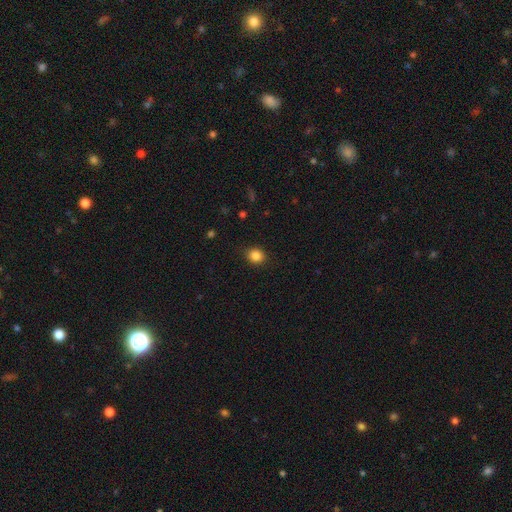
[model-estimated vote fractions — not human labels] smooth-or-featured: smooth: 85% | star or artifact: 11% | featured or disk: 4%
  how-rounded: round: 72% | in between: 27% | cigar-shaped: 1%
  merging: none: 87% | minor disturbance: 9% | major disturbance: 2% | merger: 1%